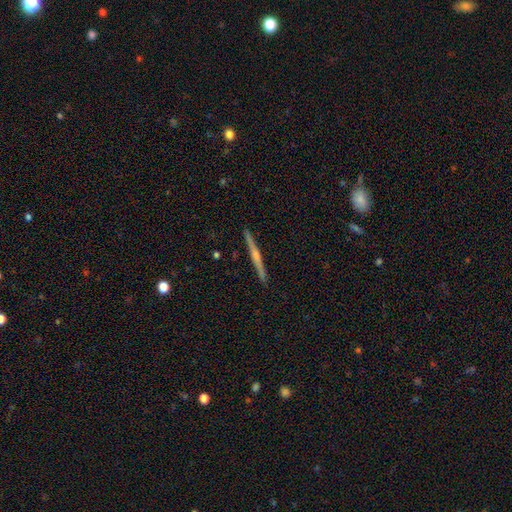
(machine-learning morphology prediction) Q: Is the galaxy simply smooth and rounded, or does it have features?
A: featured or disk — 75%.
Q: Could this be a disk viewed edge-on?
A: yes — 98%.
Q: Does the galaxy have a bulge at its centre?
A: rounded — 72%.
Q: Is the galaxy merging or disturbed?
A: none — 93%.